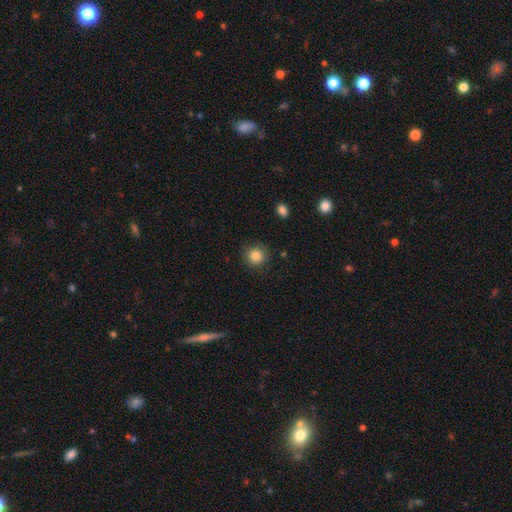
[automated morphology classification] A smooth galaxy with no disk features (84%) that is round (92%).

Vote fractions:
- Smooth or featured? smooth: 84% / star or artifact: 10% / featured or disk: 6%
- How rounded? round: 92% / in between: 7% / cigar-shaped: 1%
- Merging? none: 88% / minor disturbance: 8% / major disturbance: 2% / merger: 1%